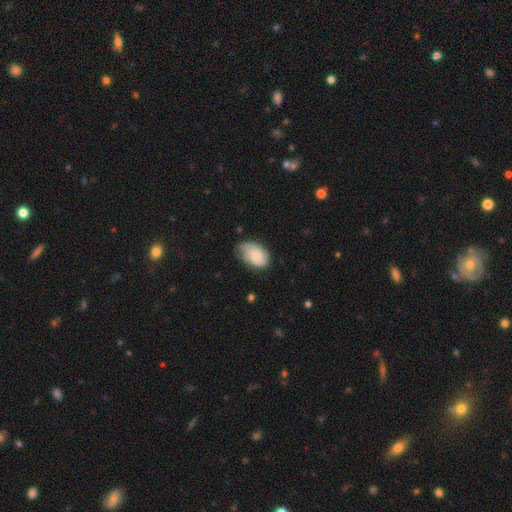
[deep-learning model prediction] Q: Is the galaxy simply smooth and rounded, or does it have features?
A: smooth — 64%.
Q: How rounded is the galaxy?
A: in between — 87%.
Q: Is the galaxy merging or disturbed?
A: none — 56%.